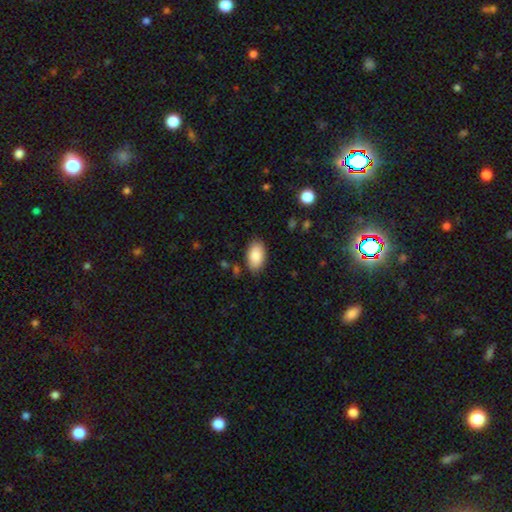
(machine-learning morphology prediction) smooth_or_featured: smooth (p=0.89) [alt: star or artifact p=0.06]
how_rounded: in between (p=0.95) [alt: round p=0.04]
merging: none (p=0.85) [alt: minor disturbance p=0.11]